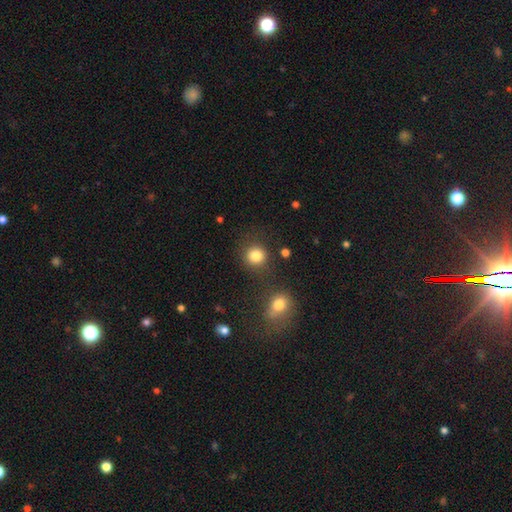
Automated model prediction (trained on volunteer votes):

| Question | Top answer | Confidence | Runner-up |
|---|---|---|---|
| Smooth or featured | smooth | 83% | star or artifact (12%) |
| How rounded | round | 88% | in between (11%) |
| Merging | none | 78% | minor disturbance (10%) |